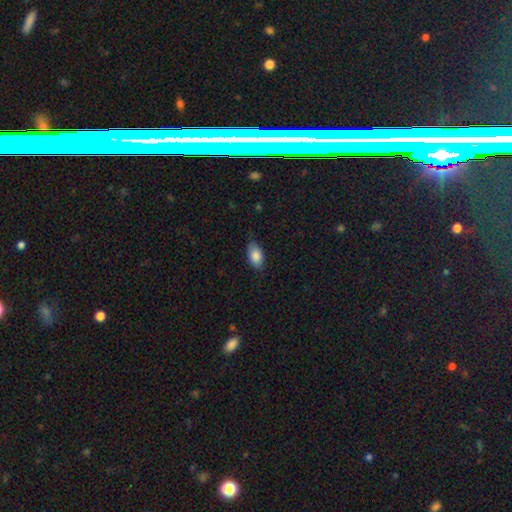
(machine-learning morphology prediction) Smooth or featured?
  - smooth: 86% *
  - featured or disk: 7%
  - star or artifact: 7%
How rounded?
  - in between: 91% *
  - round: 6%
  - cigar-shaped: 2%
Merging?
  - none: 75% *
  - minor disturbance: 21%
  - major disturbance: 3%
  - merger: 1%